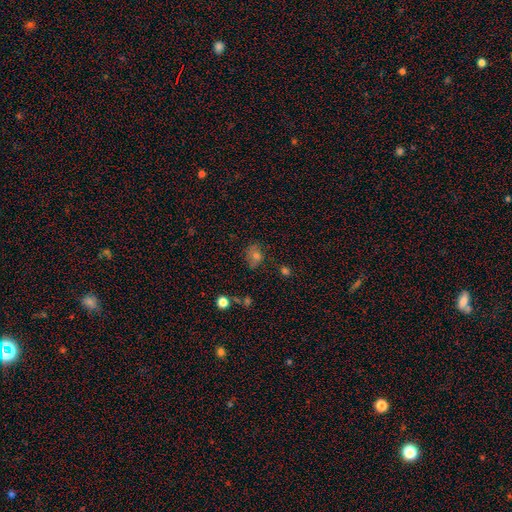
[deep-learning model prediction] Smooth or featured? Predicted: smooth (p=0.62). How rounded? Predicted: round (p=0.56). Merging? Predicted: none (p=0.62).